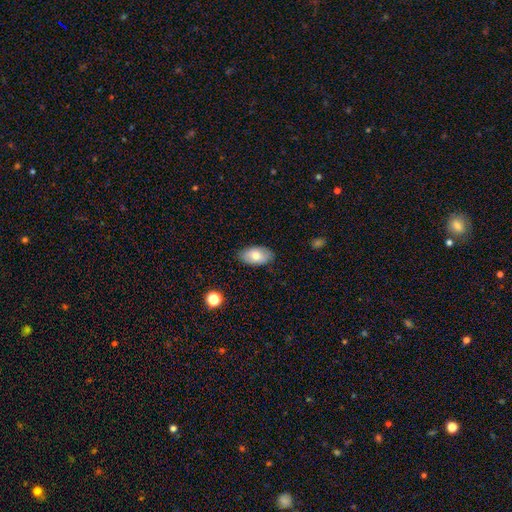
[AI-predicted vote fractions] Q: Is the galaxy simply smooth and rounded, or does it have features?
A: smooth — 74%.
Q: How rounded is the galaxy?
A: in between — 94%.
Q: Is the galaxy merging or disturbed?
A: none — 85%.